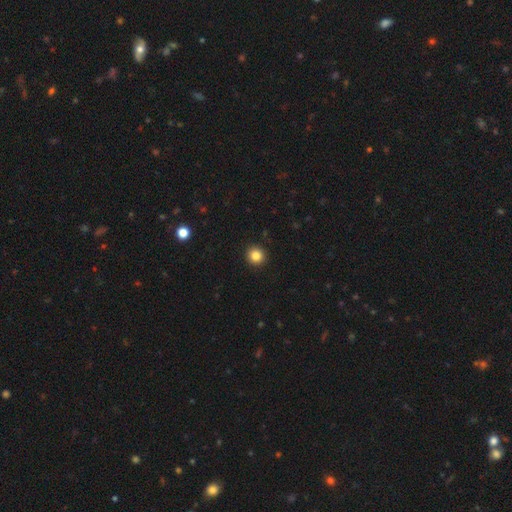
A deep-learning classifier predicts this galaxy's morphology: smooth_or_featured: smooth (p=0.85) [alt: star or artifact p=0.11]
how_rounded: round (p=0.94) [alt: in between p=0.05]
merging: none (p=0.93) [alt: minor disturbance p=0.04]